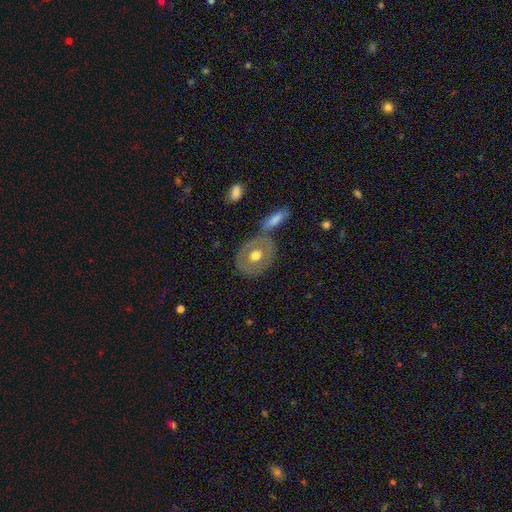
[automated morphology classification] smooth_or_featured: smooth (p=0.49) [alt: featured or disk p=0.45]
merging: none (p=0.68) [alt: merger p=0.14]